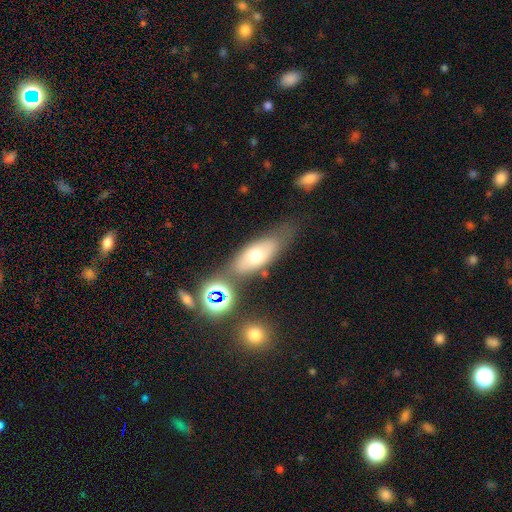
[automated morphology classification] Smooth or featured? smooth (57%)
How rounded? in between (74%)
Merging? none (59%)